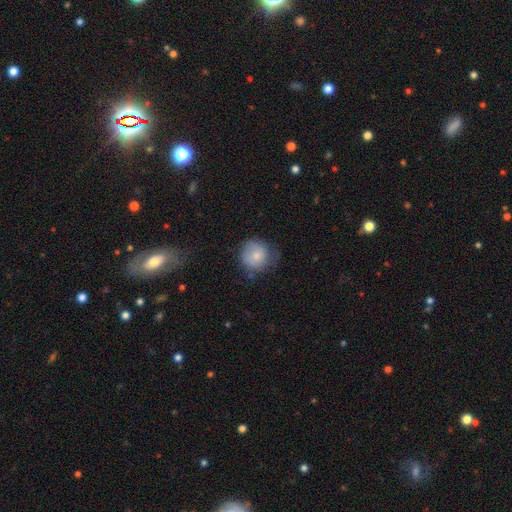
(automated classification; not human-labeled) smooth-or-featured: smooth: 69% | featured or disk: 24% | star or artifact: 7%
  how-rounded: round: 87% | in between: 12% | cigar-shaped: 1%
  merging: none: 57% | minor disturbance: 29% | major disturbance: 11% | merger: 2%